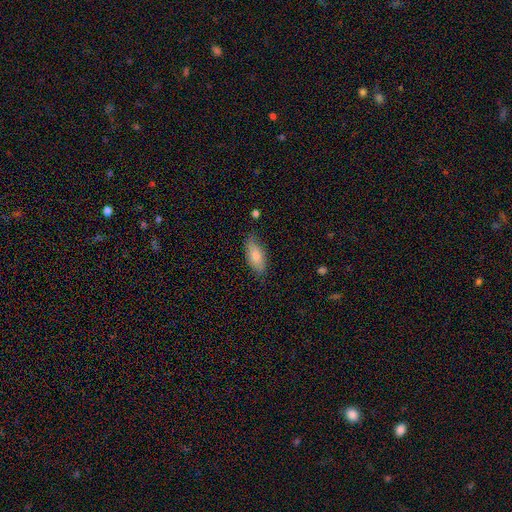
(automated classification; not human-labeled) smooth 78%, featured or disk 16%, star or artifact 6%. Down the decision tree: how rounded — in between (78%); merging — none (77%).